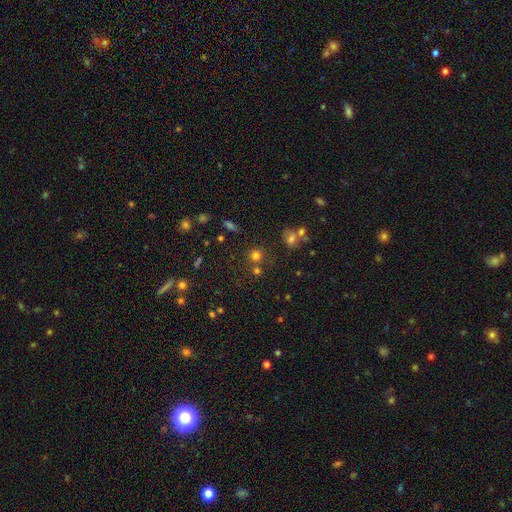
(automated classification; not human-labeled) Smooth or featured? Predicted: smooth (p=0.69). How rounded? Predicted: round (p=0.90). Merging? Predicted: none (p=0.69).